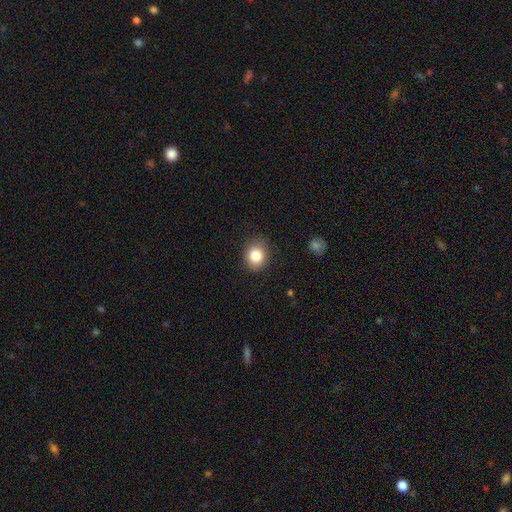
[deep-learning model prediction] Smooth or featured? smooth (83%)
How rounded? round (67%)
Merging? none (86%)